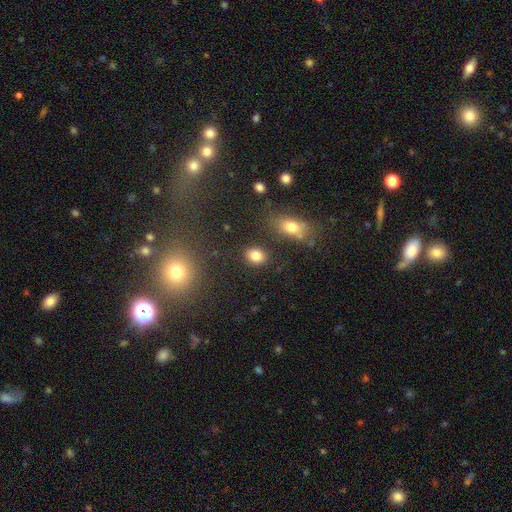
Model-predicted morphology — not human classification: smooth-or-featured: smooth: 84% | star or artifact: 10% | featured or disk: 6%
  how-rounded: in between: 52% | round: 46% | cigar-shaped: 1%
  merging: none: 84% | minor disturbance: 9% | merger: 4% | major disturbance: 3%